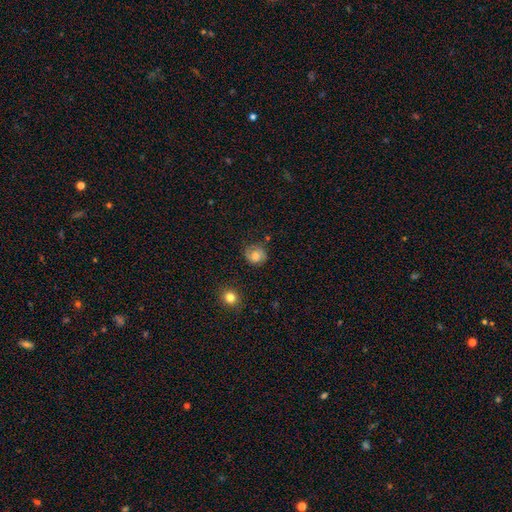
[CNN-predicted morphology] The model was most divided on "smooth or featured": smooth: 61%, featured or disk: 30%, star or artifact: 9%. More confident: how rounded — round (79%); merging — none (71%).